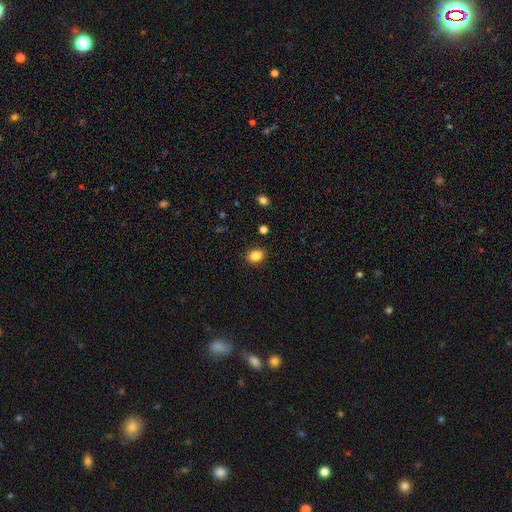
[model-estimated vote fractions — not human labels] This appears to be a smooth galaxy with no disk features (85%) that is in between round and cigar-shaped (59%). Merging: none (88%).